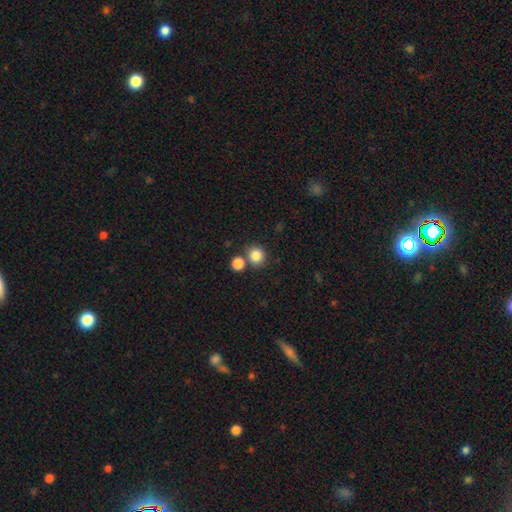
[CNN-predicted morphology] A smooth galaxy with no disk features (84%) that is round (87%).

Vote fractions:
- Smooth or featured? smooth: 84% / star or artifact: 11% / featured or disk: 5%
- How rounded? round: 87% / in between: 12% / cigar-shaped: 1%
- Merging? none: 70% / merger: 19% / minor disturbance: 8% / major disturbance: 3%